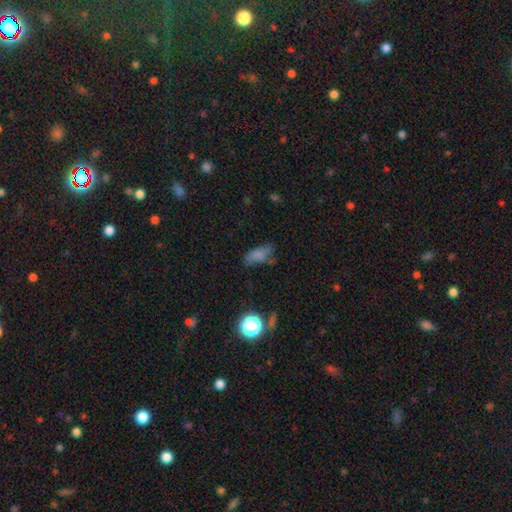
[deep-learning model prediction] A smooth galaxy with no disk features (65%) that is in between round and cigar-shaped (75%). Merging: none (60%).